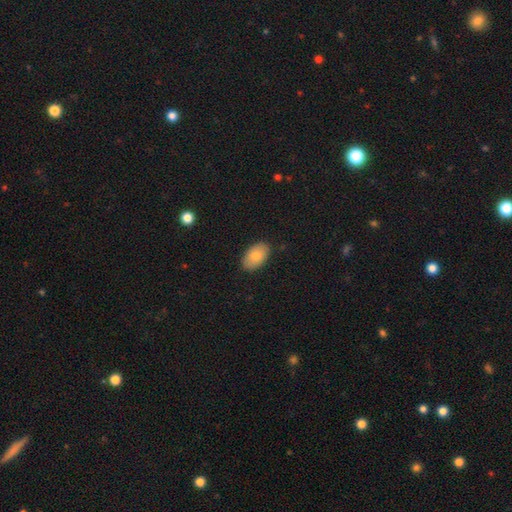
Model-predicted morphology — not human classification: smooth-or-featured: smooth: 79% | featured or disk: 14% | star or artifact: 6%
  how-rounded: in between: 93% | round: 6% | cigar-shaped: 1%
  merging: none: 87% | minor disturbance: 10% | major disturbance: 2% | merger: 1%